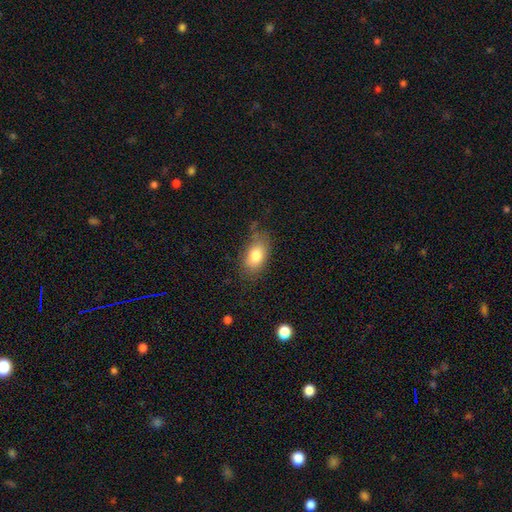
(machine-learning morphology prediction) type=smooth (80%); roundness=in between (87%); merging=none (71%).